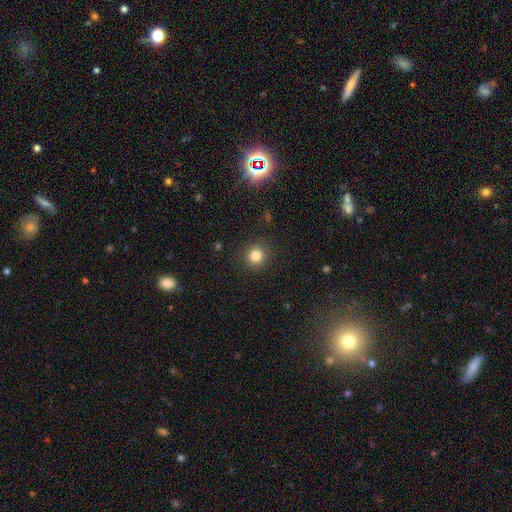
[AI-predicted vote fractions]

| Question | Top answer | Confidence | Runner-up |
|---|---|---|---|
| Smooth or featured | smooth | 82% | star or artifact (13%) |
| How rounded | round | 94% | in between (5%) |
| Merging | none | 91% | minor disturbance (6%) |